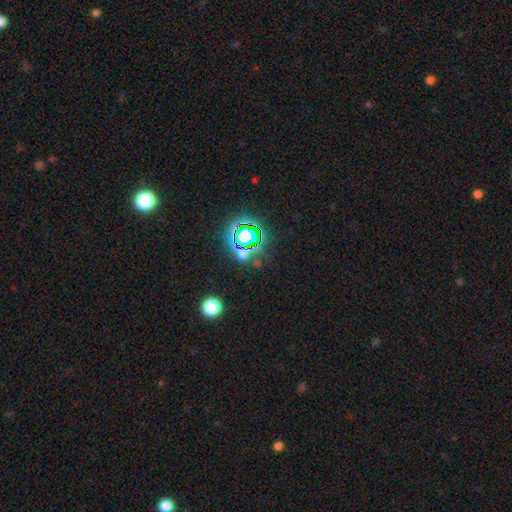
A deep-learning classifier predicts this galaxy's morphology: smooth-or-featured: star or artifact: 79% | smooth: 14% | featured or disk: 7%